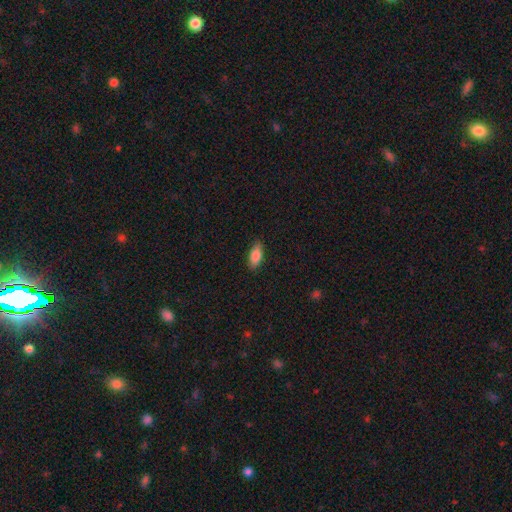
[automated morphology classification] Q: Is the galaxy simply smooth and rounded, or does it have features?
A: smooth — 83%.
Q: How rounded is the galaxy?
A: in between — 83%.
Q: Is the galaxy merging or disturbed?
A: none — 87%.